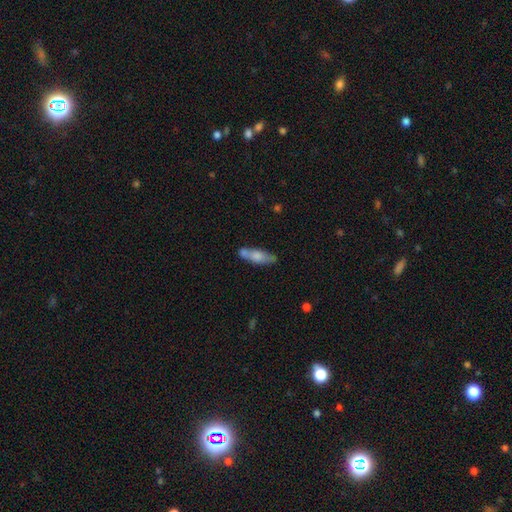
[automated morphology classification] The model was most divided on "how rounded": cigar-shaped: 51%, in between: 47%, round: 2%. More confident: smooth or featured — smooth (65%); merging — none (58%).